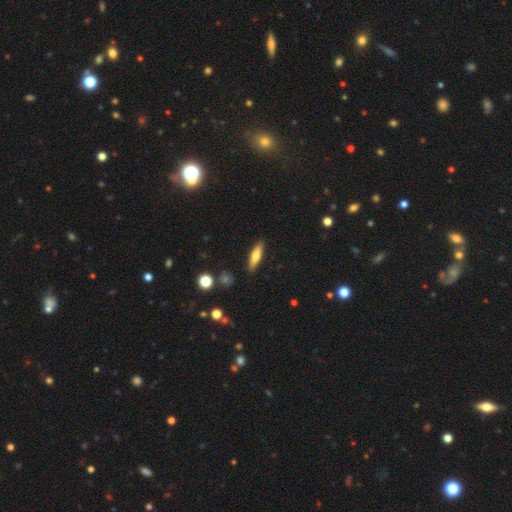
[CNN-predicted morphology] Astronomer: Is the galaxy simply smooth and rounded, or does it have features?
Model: smooth — 65%.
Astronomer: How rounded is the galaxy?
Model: cigar-shaped — 70%.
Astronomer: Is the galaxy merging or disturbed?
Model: none — 88%.